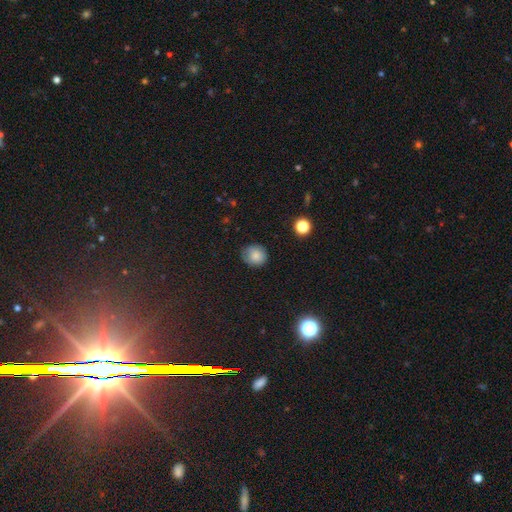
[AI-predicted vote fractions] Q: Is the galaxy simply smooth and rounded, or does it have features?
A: smooth — 80%.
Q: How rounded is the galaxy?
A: round — 81%.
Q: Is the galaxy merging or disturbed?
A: none — 78%.